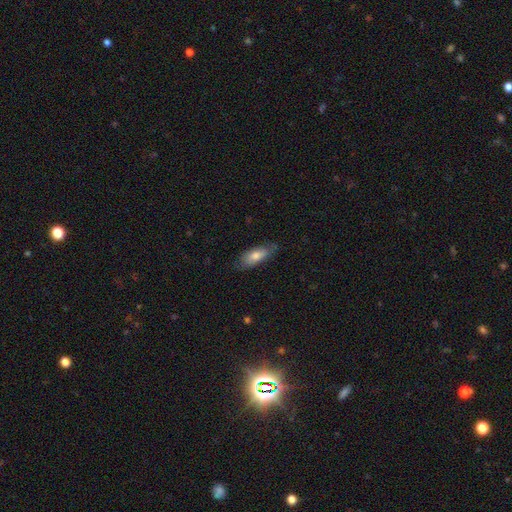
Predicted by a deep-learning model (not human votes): This appears to be a smooth galaxy with no disk features (72%) that is in between round and cigar-shaped (74%). Merging: none (71%).